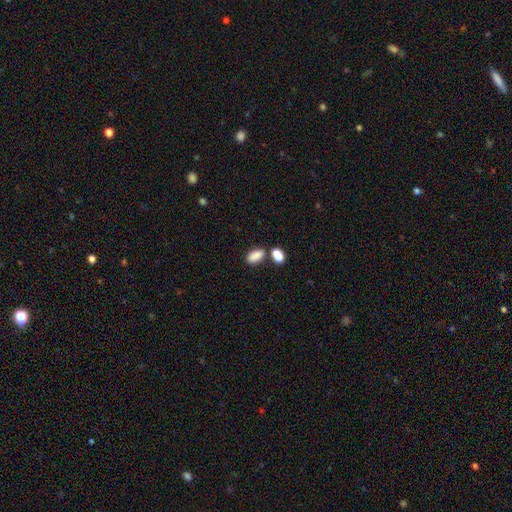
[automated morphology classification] This appears to be a smooth galaxy with no disk features (86%) that is in between round and cigar-shaped (89%). Merging: none (58%).